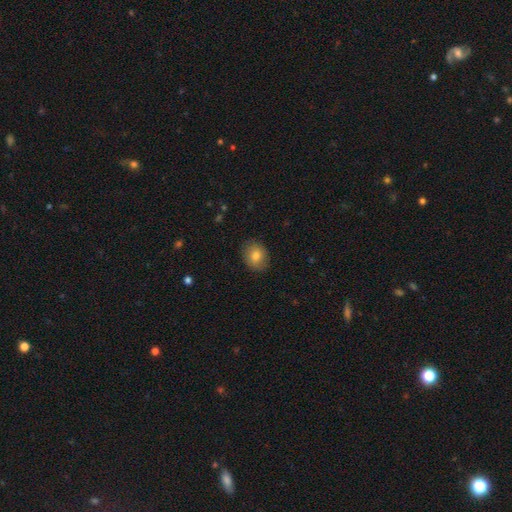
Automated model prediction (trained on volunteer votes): The model was most divided on "how rounded": in between: 50%, round: 49%, cigar-shaped: 1%. More confident: merging — none (86%); smooth or featured — smooth (78%).